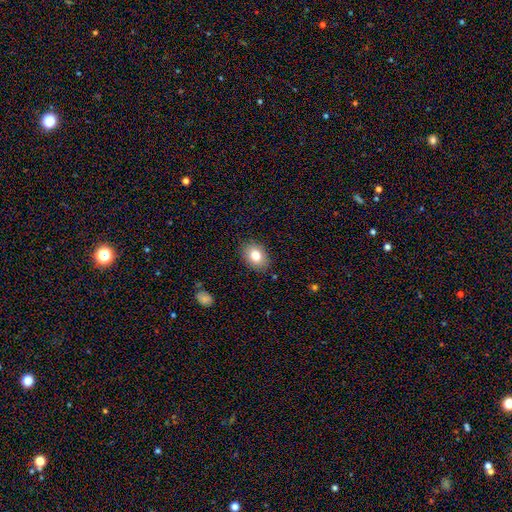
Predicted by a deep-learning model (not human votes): Q: Smooth or featured?
A: smooth (78%); runner-up: featured or disk (12%)
Q: How rounded?
A: in between (65%); runner-up: round (34%)
Q: Merging?
A: none (86%); runner-up: minor disturbance (10%)